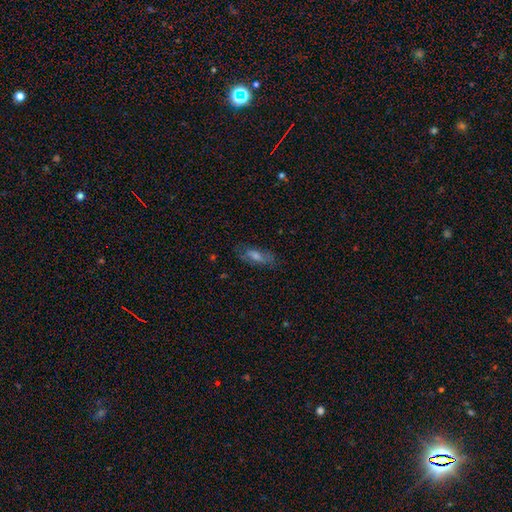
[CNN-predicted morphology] This is marginally a smooth galaxy (45%). Merging: likely none (74%).